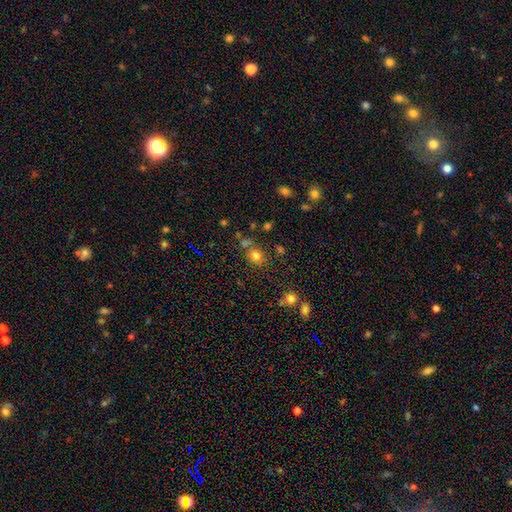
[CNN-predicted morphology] A smooth galaxy with no disk features (75%) that is round (69%). Merging: none (70%).